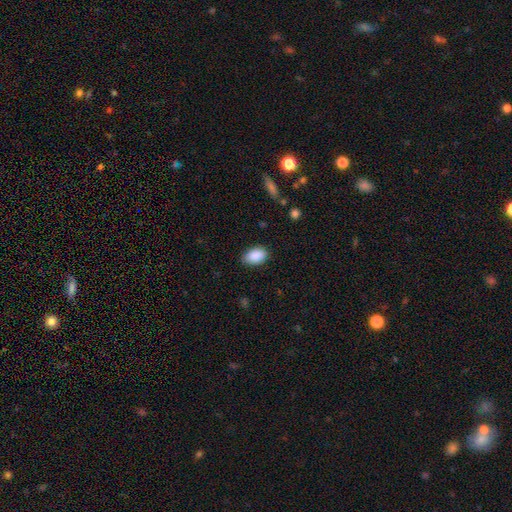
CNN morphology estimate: Q: Smooth or featured?
A: smooth (90%); runner-up: star or artifact (7%)
Q: How rounded?
A: in between (90%); runner-up: round (9%)
Q: Merging?
A: none (80%); runner-up: minor disturbance (16%)